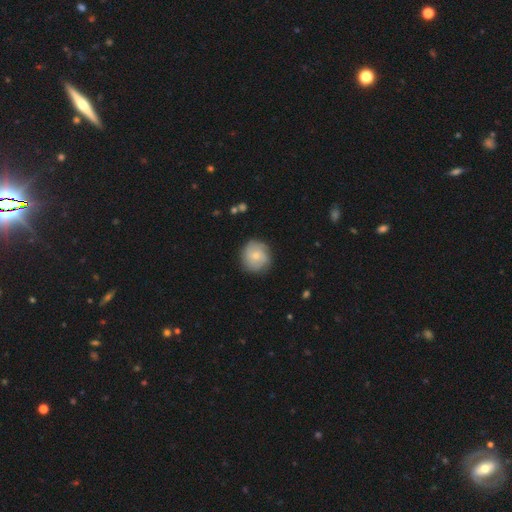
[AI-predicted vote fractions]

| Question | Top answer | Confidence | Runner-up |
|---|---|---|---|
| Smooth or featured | smooth | 49% | featured or disk (44%) |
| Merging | none | 82% | minor disturbance (13%) |